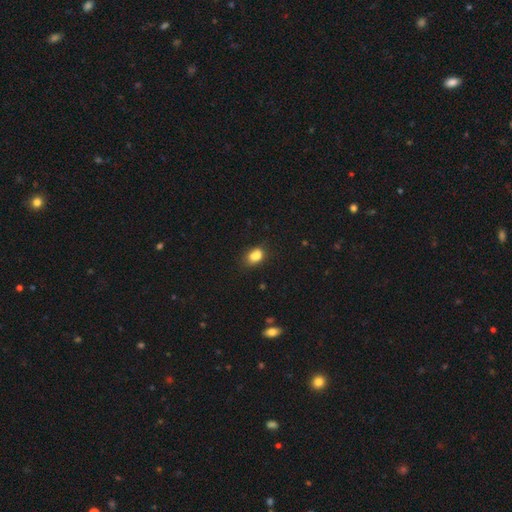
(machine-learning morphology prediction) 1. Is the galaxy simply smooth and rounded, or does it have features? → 79% smooth, 11% star or artifact, 10% featured or disk.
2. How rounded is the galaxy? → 72% in between, 26% round, 2% cigar-shaped.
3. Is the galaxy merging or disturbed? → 51% none, 23% merger, 20% minor disturbance, 6% major disturbance.